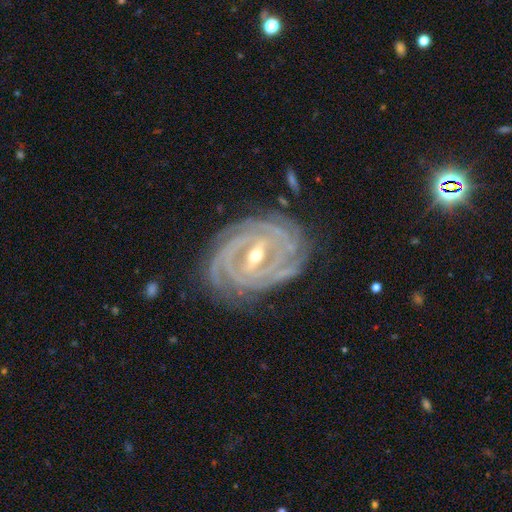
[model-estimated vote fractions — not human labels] Smooth or featured? Predicted: featured or disk (p=0.92). Edge-on disk? Predicted: no (p=0.96). Bar? Predicted: strong (p=0.54). Spiral arms? Predicted: yes (p=0.98). Spiral winding? Predicted: tight (p=0.85). Spiral arm count? Predicted: 4 (p=0.25). Bulge size? Predicted: moderate (p=0.55). Merging? Predicted: none (p=0.78).